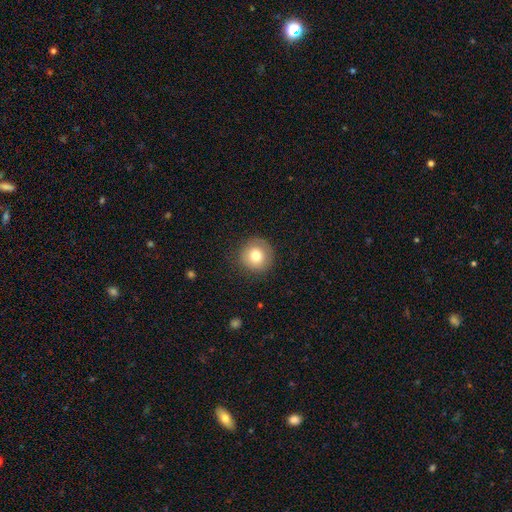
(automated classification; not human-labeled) This appears to be a smooth galaxy with no disk features (77%) that is round (94%). Merging: none (87%).